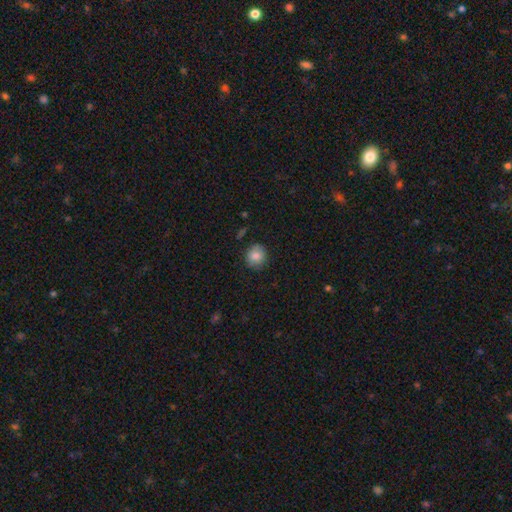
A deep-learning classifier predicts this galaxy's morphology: The model was most divided on "how rounded": round: 83%, in between: 16%, cigar-shaped: 1%. More confident: merging — none (85%); smooth or featured — smooth (84%).